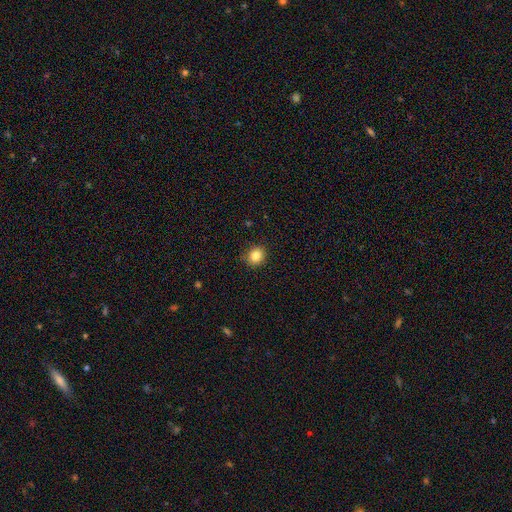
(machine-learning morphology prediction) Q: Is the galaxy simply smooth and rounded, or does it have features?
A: smooth — 83%.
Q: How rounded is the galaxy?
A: round — 78%.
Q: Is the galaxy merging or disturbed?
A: none — 88%.